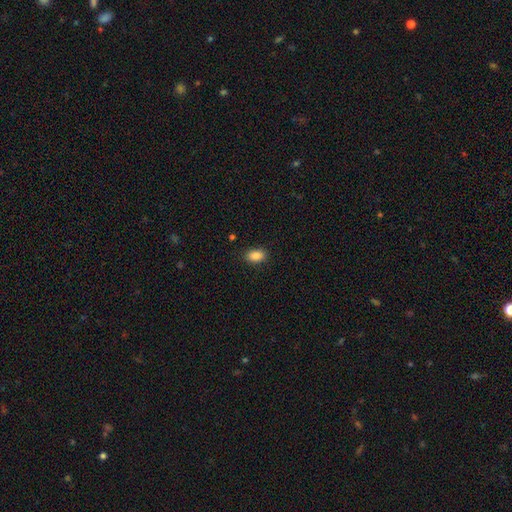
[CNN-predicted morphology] This appears to be a smooth galaxy with no disk features (87%) that is in between round and cigar-shaped (88%). Merging: none (88%).